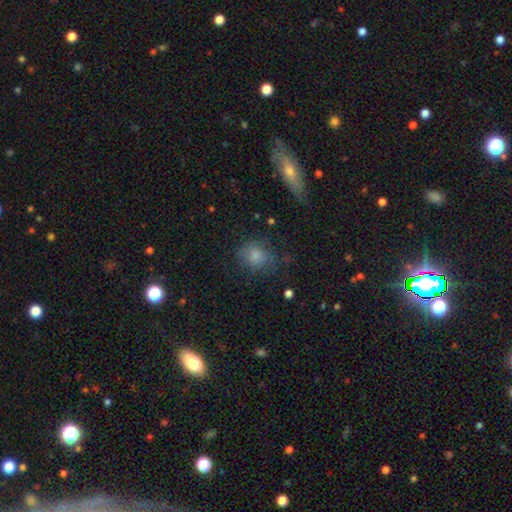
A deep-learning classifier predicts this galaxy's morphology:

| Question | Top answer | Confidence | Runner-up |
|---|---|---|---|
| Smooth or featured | smooth | 77% | star or artifact (12%) |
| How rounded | round | 58% | in between (40%) |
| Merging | none | 62% | minor disturbance (22%) |